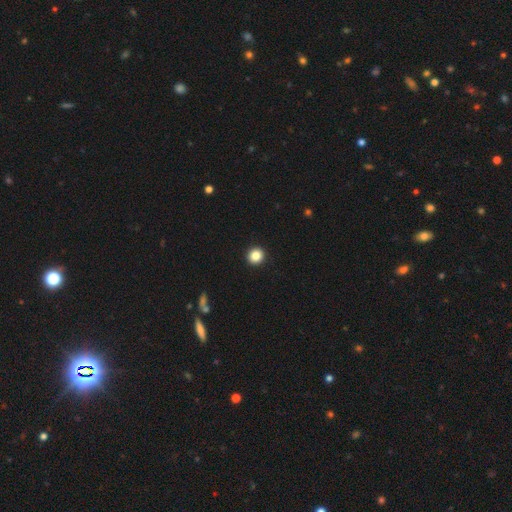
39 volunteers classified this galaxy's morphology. This is clearly a smooth galaxy (87%). How rounded: clearly round (88%). Merging: clearly none (97%).